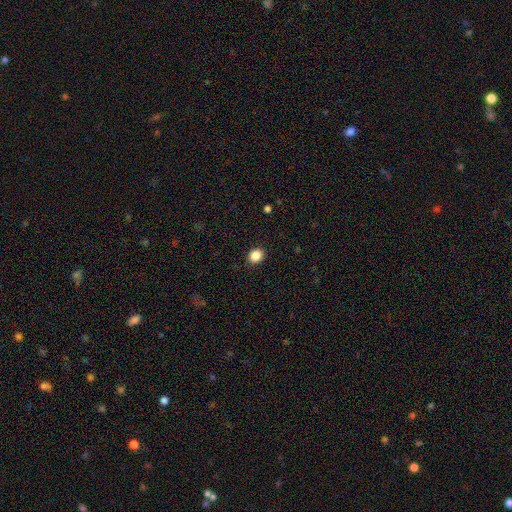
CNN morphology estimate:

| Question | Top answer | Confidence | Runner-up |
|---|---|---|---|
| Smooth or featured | smooth | 88% | star or artifact (9%) |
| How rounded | round | 63% | in between (36%) |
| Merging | none | 91% | minor disturbance (6%) |